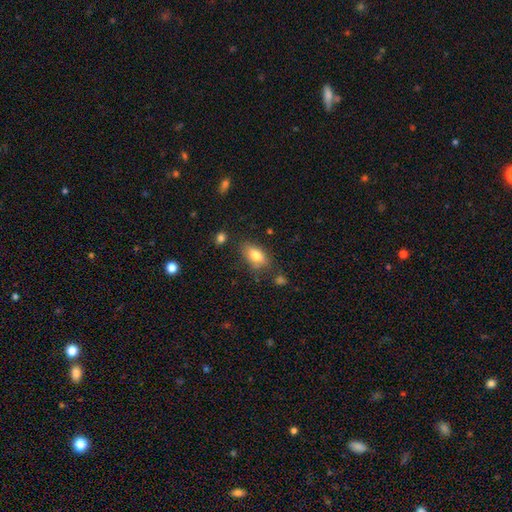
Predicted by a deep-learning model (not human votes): smooth_or_featured: smooth (p=0.79) [alt: featured or disk p=0.13]
how_rounded: in between (p=0.88) [alt: round p=0.07]
merging: none (p=0.73) [alt: minor disturbance p=0.19]